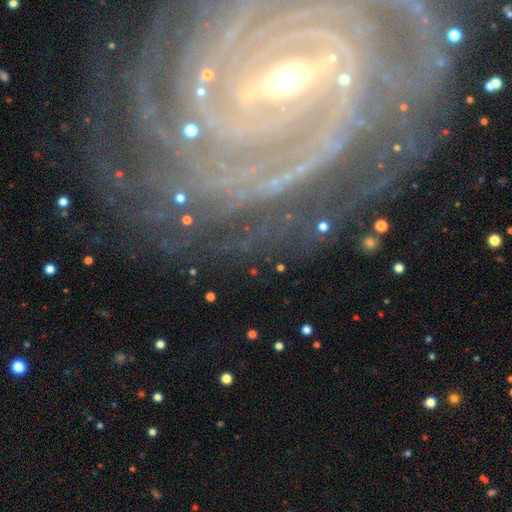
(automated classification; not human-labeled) A featured or disk galaxy (88%) with a strong bar (57%), tight (80%) spiral arms (96%) and a small central bulge (52%).

Vote fractions:
- Smooth or featured? featured or disk: 88% / star or artifact: 8% / smooth: 5%
- Edge-on disk? no: 95% / yes: 5%
- Bar? strong: 57% / weak: 26% / no: 16%
- Spiral arms? yes: 96% / no: 4%
- Spiral winding? tight: 80% / medium: 15% / loose: 4%
- Spiral arm count? can't tell: 25% / more than 4: 24% / 4: 15% / 2: 14% / 3: 13% / 1: 9%
- Bulge size? small: 52% / moderate: 41% / large: 4% / none: 2% / dominant: 1%
- Merging? none: 75% / minor disturbance: 14% / major disturbance: 8% / merger: 2%